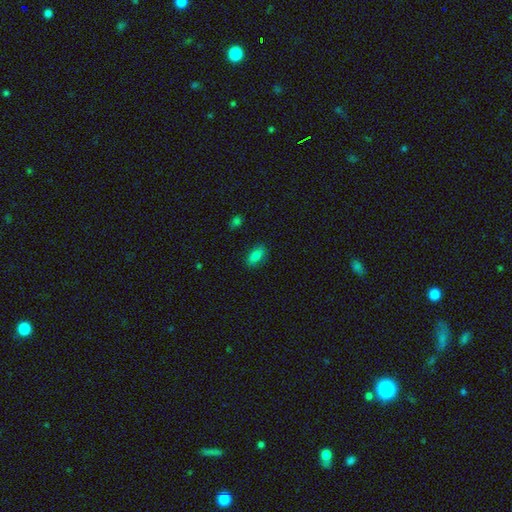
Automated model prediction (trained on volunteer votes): This appears to be a smooth galaxy with no disk features (83%) that is in between round and cigar-shaped (87%). Merging: none (85%).